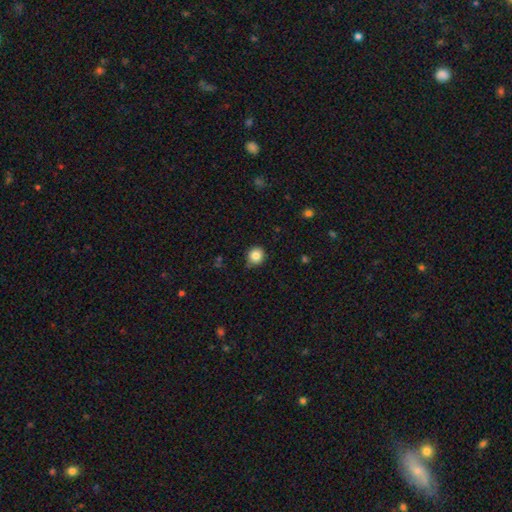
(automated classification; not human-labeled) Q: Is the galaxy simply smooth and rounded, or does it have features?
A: smooth — 85%.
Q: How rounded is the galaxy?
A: round — 84%.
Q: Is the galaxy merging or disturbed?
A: none — 87%.